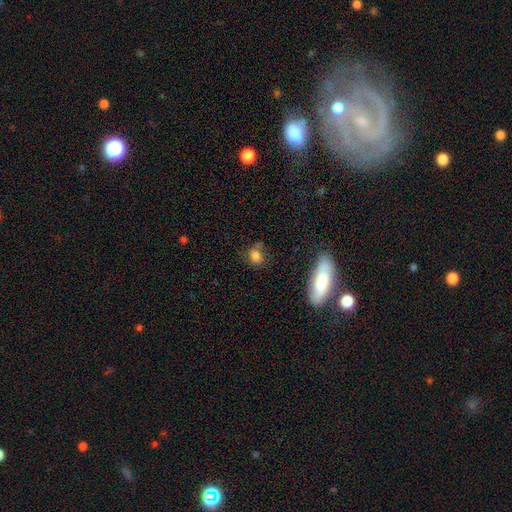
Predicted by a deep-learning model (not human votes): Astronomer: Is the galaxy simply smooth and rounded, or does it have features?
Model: smooth — 77%.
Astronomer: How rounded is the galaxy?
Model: in between — 68%.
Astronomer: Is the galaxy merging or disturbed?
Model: none — 59%.